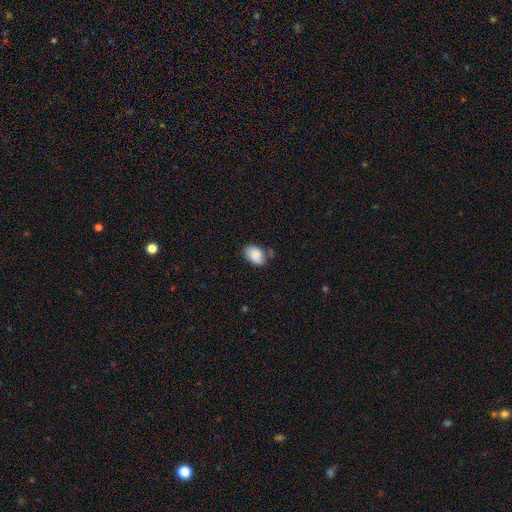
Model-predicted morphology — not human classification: Overall: smooth (84%). How rounded: in between (85%). Merging: none (60%; minor disturbance 28%).